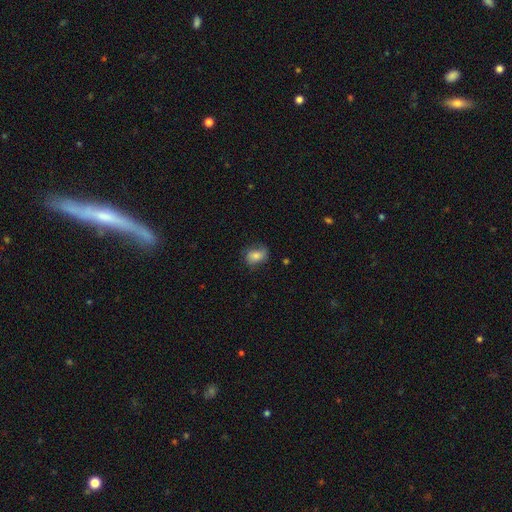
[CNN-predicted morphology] Smooth or featured: smooth — 73% (featured or disk — 19%)
How rounded: in between — 64% (round — 34%)
Merging: none — 65% (minor disturbance — 25%)